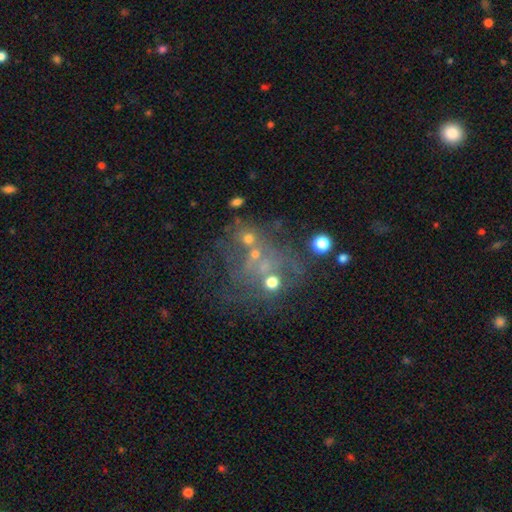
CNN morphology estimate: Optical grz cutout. It shows a featured or disk galaxy (48%). Merging: none (39%).